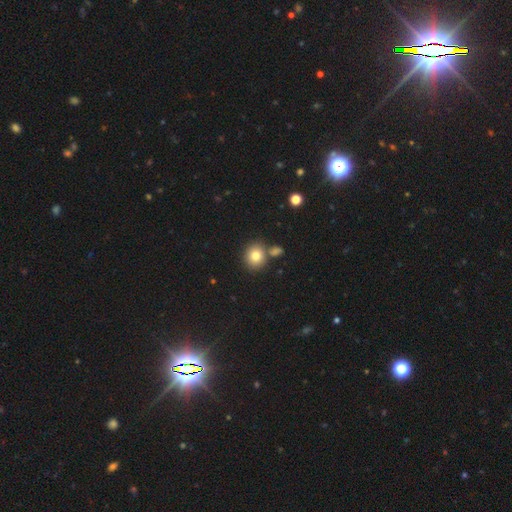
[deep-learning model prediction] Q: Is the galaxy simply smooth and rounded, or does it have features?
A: smooth — 80%.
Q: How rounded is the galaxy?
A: round — 81%.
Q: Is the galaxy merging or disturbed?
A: none — 71%.